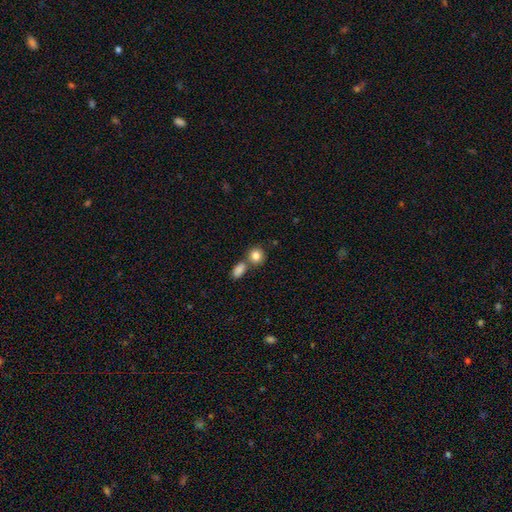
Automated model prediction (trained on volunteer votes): A smooth galaxy with no disk features (84%) that is round (75%). Merging: none (56%).